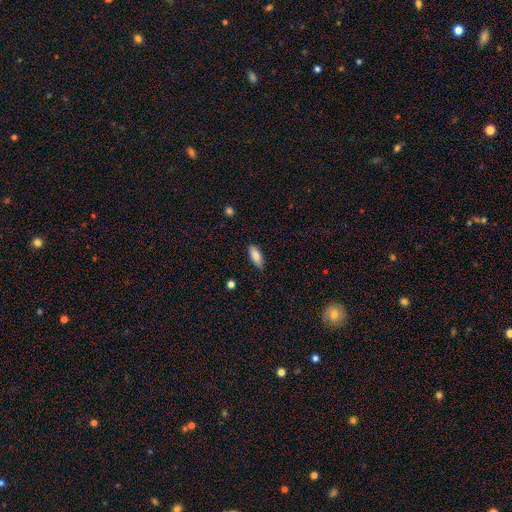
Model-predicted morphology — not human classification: Smooth or featured? Predicted: smooth (p=0.83). How rounded? Predicted: in between (p=0.78). Merging? Predicted: none (p=0.77).